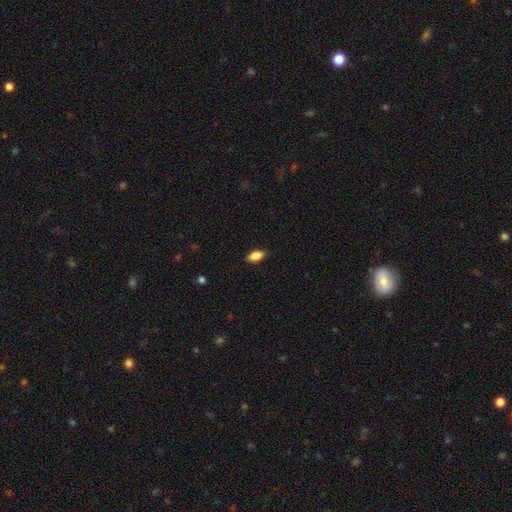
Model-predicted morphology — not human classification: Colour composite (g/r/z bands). It shows a smooth galaxy with no disk features (86%) that is in between round and cigar-shaped (91%). Merging: none (88%).